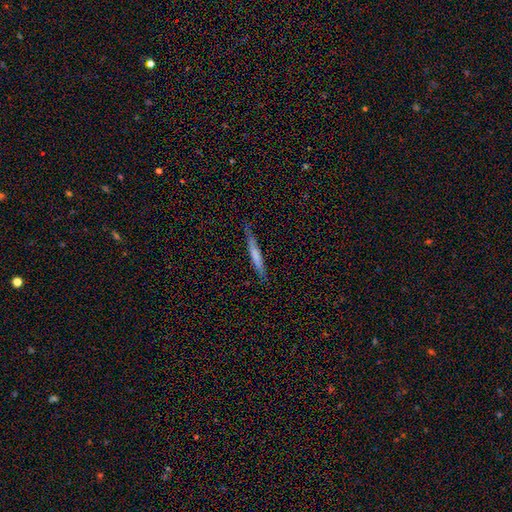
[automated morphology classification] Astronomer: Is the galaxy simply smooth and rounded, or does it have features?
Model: smooth — 61%.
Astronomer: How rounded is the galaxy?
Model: cigar-shaped — 95%.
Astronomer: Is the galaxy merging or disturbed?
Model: none — 81%.